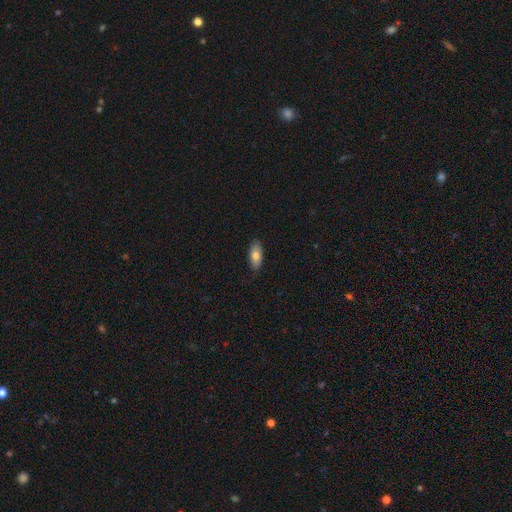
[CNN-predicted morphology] This appears to be a smooth galaxy with no disk features (75%) that is in between round and cigar-shaped (87%). Merging: none (86%).